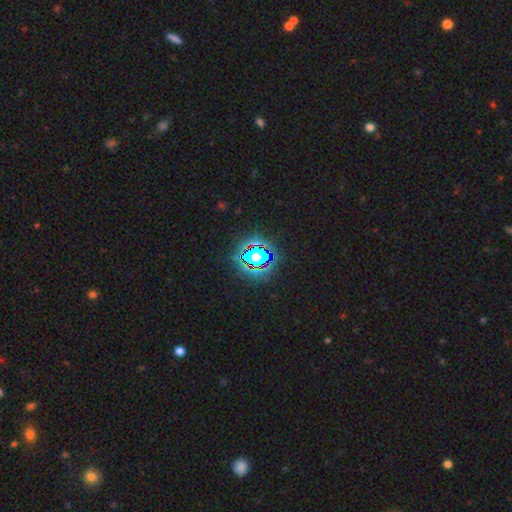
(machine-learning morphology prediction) Smooth or featured? star or artifact (67%)